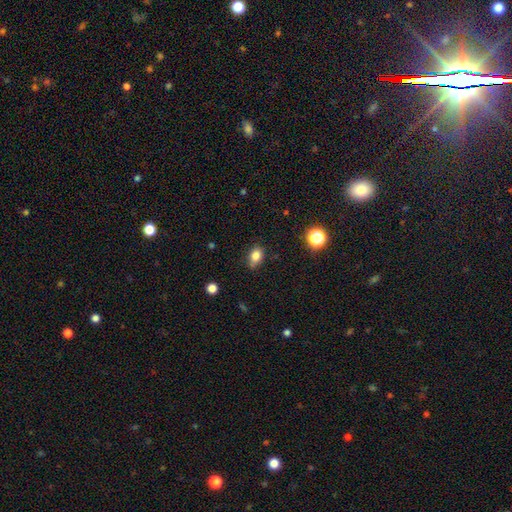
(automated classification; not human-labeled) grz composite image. It shows a smooth galaxy with no disk features (81%) that is in between round and cigar-shaped (72%). Merging: none (70%).